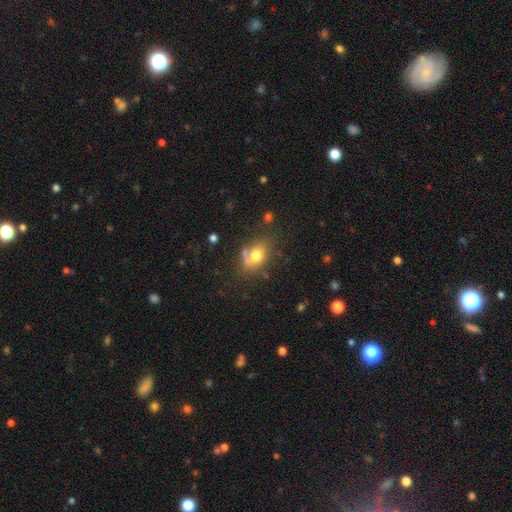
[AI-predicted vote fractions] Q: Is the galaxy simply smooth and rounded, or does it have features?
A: smooth — 69%.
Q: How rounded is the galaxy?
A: in between — 67%.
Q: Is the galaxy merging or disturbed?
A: none — 47%.